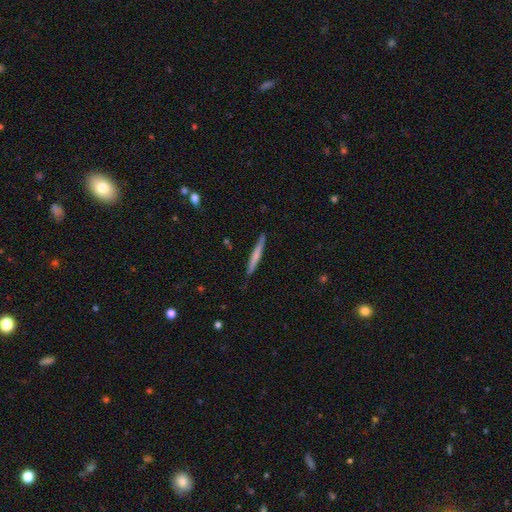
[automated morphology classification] A smooth galaxy with no disk features (57%) that is cigar-shaped (96%). Merging: none (89%).